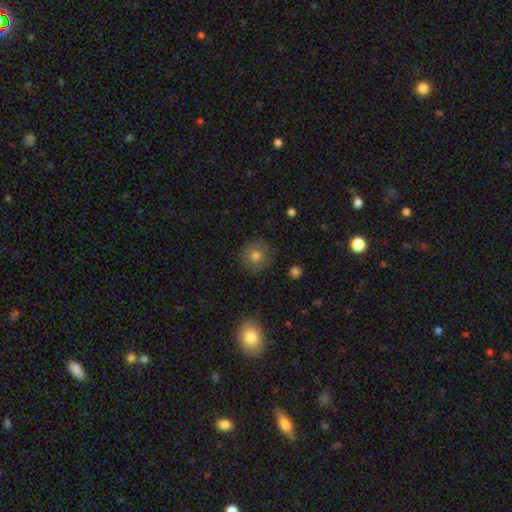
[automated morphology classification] Overall: smooth (77%). How rounded: round (93%). Merging: none (87%).